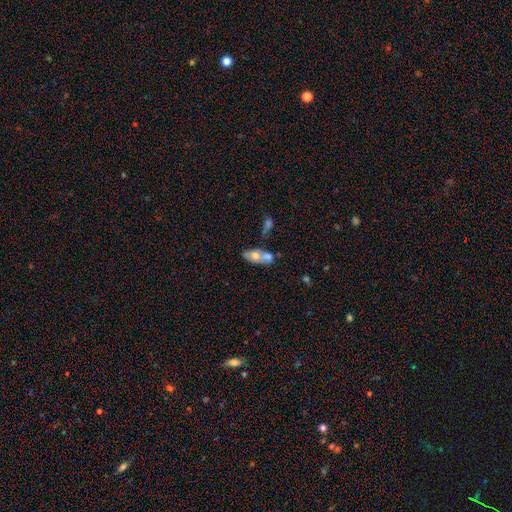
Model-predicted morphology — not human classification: smooth 55%, featured or disk 38%, star or artifact 7%. Down the decision tree: how rounded — in between (83%); merging — merger (47%).